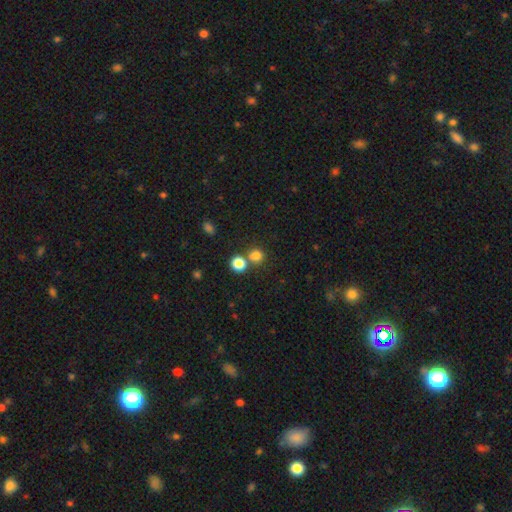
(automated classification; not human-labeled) smooth 79%, star or artifact 15%, featured or disk 6%. Down the decision tree: how rounded — round (84%); merging — none (61%).